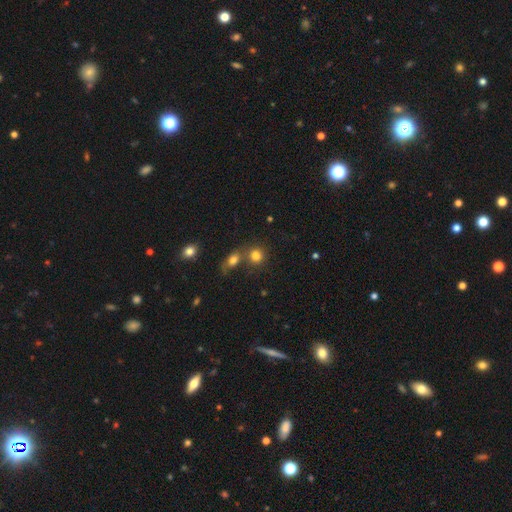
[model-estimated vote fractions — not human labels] smooth_or_featured: smooth (p=0.80) [alt: star or artifact p=0.13]
how_rounded: round (p=0.82) [alt: in between p=0.17]
merging: none (p=0.55) [alt: merger p=0.33]